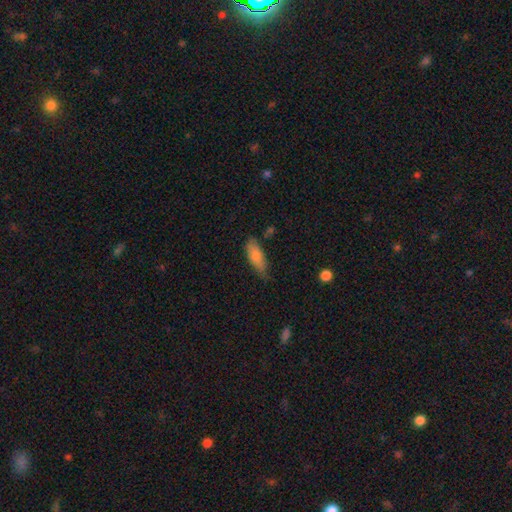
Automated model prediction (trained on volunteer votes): smooth 76%, featured or disk 18%, star or artifact 6%. Down the decision tree: how rounded — in between (61%); merging — none (64%).